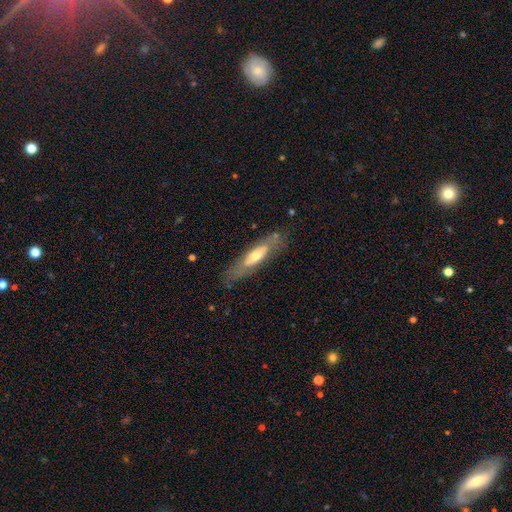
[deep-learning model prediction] Overall: featured or disk (51%; smooth 43%). Edge-on disk: yes (52%; no 48%). Merging: none (75%).